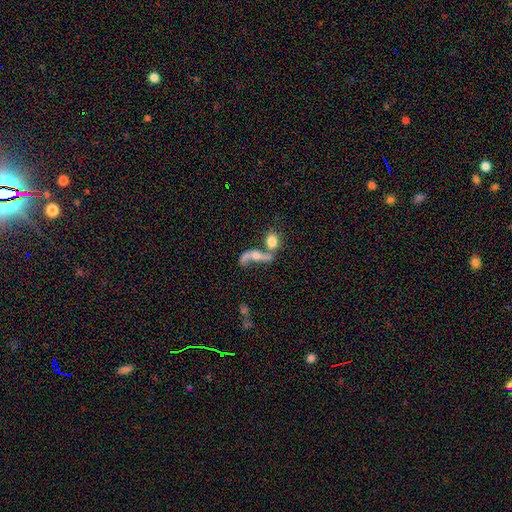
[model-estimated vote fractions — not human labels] Smooth or featured?
  - featured or disk: 56% *
  - smooth: 32%
  - star or artifact: 11%
Edge-on disk?
  - no: 85% *
  - yes: 15%
Merging?
  - merger: 54% *
  - none: 23%
  - major disturbance: 15%
  - minor disturbance: 9%